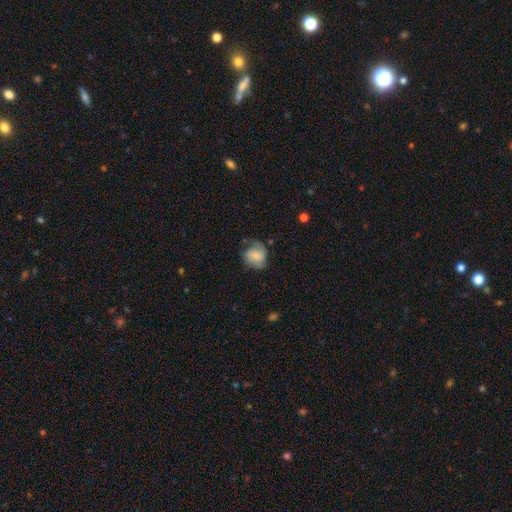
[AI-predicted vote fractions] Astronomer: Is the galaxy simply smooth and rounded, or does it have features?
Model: smooth — 53% (runner-up: featured or disk, 40%).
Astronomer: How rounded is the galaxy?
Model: round — 68%.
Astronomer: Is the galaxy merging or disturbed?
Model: none — 48% (runner-up: minor disturbance, 31%).